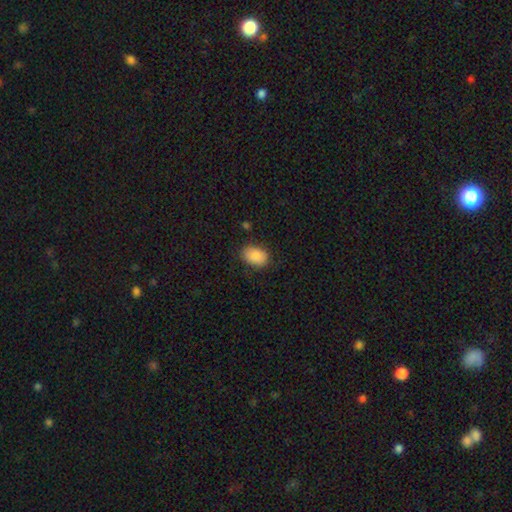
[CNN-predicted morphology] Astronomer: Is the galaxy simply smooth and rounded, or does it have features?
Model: smooth — 87%.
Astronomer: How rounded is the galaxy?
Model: in between — 80%.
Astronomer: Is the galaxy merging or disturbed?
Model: none — 81%.